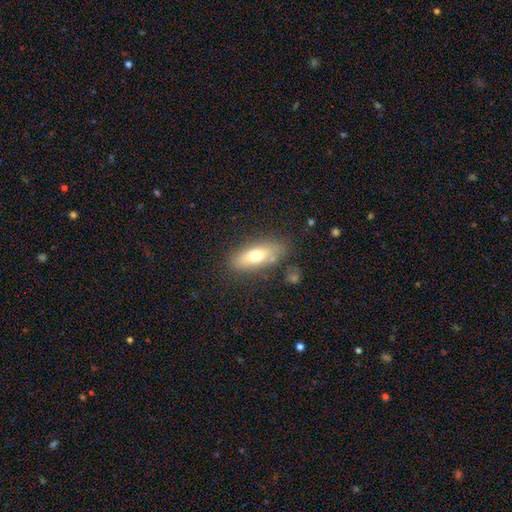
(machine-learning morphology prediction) Overall: smooth (67%). How rounded: in between (70%). Merging: none (78%).